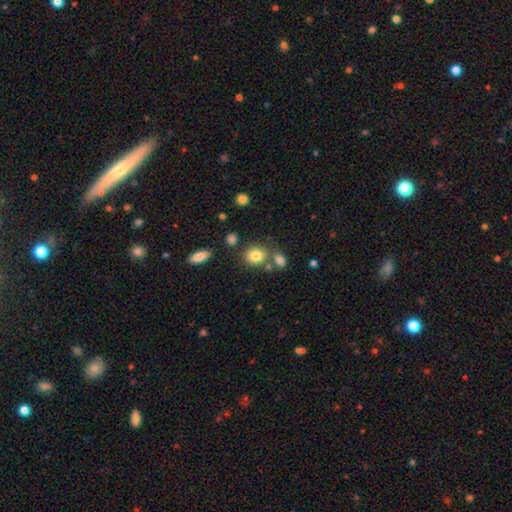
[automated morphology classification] Smooth or featured? Predicted: smooth (p=0.81). How rounded? Predicted: round (p=0.63). Merging? Predicted: none (p=0.66).